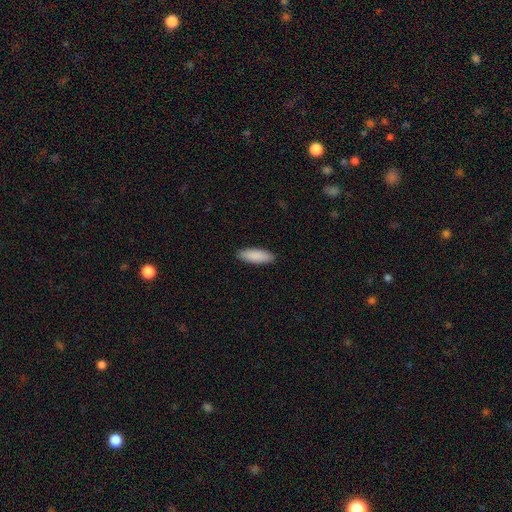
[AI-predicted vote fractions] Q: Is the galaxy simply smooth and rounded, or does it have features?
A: smooth — 90%.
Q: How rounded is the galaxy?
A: in between — 65%.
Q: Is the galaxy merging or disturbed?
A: none — 91%.